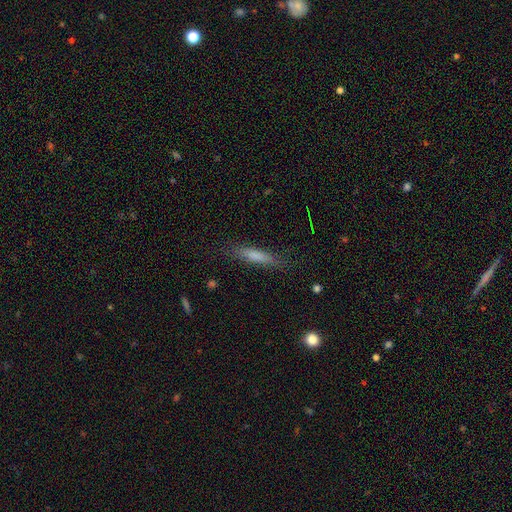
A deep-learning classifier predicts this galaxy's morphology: smooth_or_featured: smooth (p=0.72) [alt: featured or disk p=0.20]
how_rounded: cigar-shaped (p=0.82) [alt: in between p=0.16]
merging: none (p=0.80) [alt: minor disturbance p=0.15]